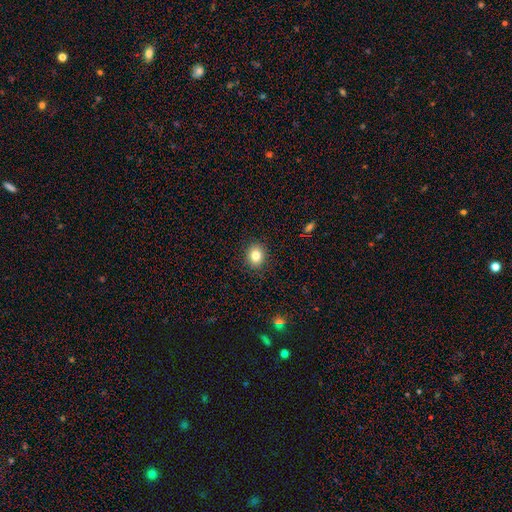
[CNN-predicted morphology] Q: Smooth or featured?
A: smooth (82%); runner-up: star or artifact (10%)
Q: How rounded?
A: round (61%); runner-up: in between (38%)
Q: Merging?
A: none (90%); runner-up: minor disturbance (7%)